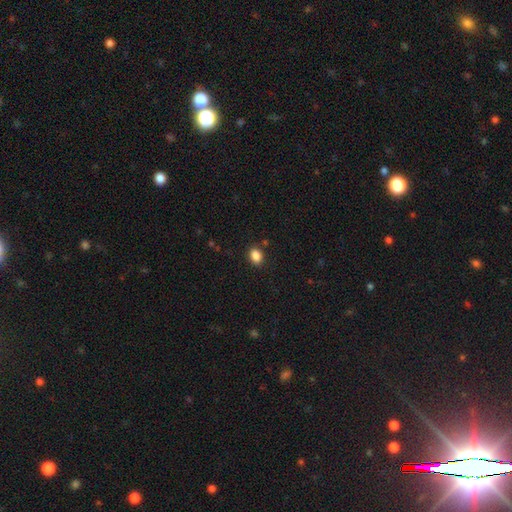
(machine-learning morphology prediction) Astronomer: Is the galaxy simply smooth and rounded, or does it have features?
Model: smooth — 87%.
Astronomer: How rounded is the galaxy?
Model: in between — 76%.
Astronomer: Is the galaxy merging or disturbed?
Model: none — 86%.